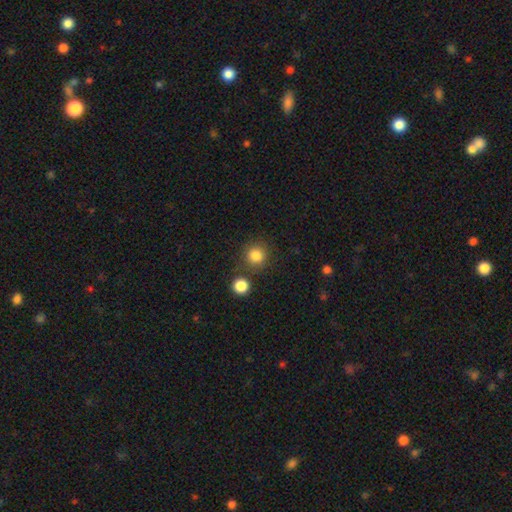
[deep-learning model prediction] Overall: smooth (84%). How rounded: round (93%). Merging: none (82%).